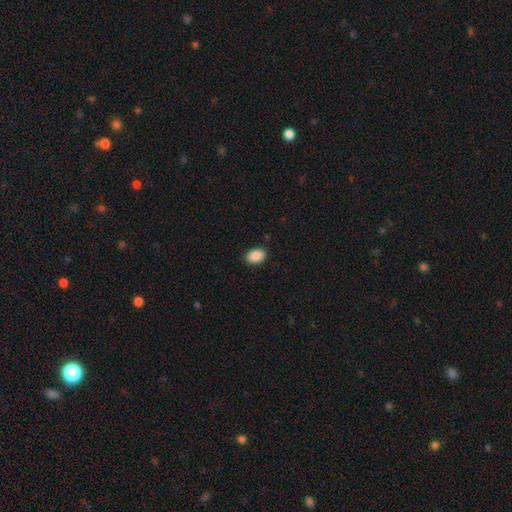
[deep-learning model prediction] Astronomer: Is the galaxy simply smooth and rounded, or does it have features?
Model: smooth — 90%.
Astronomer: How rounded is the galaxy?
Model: in between — 81%.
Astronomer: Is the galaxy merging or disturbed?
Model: none — 86%.